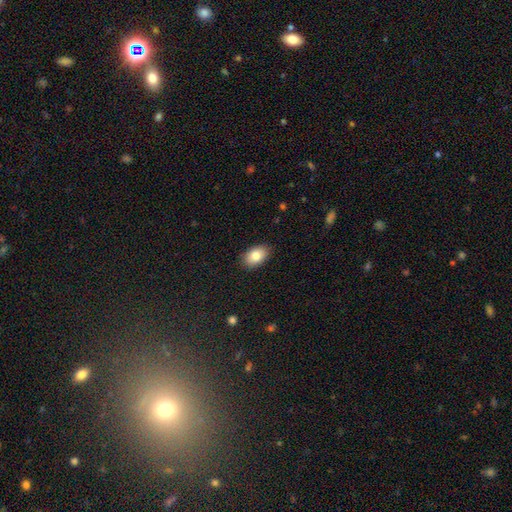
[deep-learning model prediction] smooth-or-featured: smooth: 83% | featured or disk: 10% | star or artifact: 7%
  how-rounded: in between: 90% | round: 9% | cigar-shaped: 1%
  merging: none: 87% | minor disturbance: 10% | major disturbance: 2% | merger: 1%